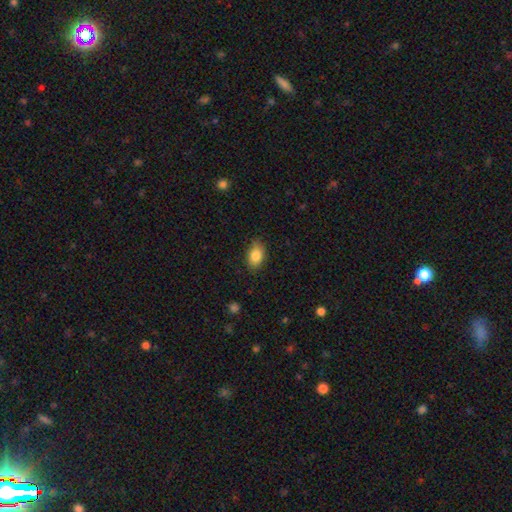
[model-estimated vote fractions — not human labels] Smooth or featured? Predicted: smooth (p=0.85). How rounded? Predicted: in between (p=0.88). Merging? Predicted: none (p=0.83).